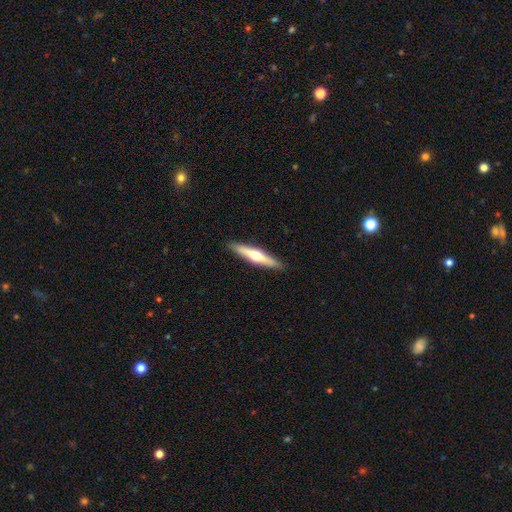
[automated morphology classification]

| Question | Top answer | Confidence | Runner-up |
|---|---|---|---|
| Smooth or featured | featured or disk | 54% | smooth (41%) |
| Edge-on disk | yes | 95% | no (5%) |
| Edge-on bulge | rounded | 88% | none (8%) |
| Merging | none | 90% | minor disturbance (7%) |